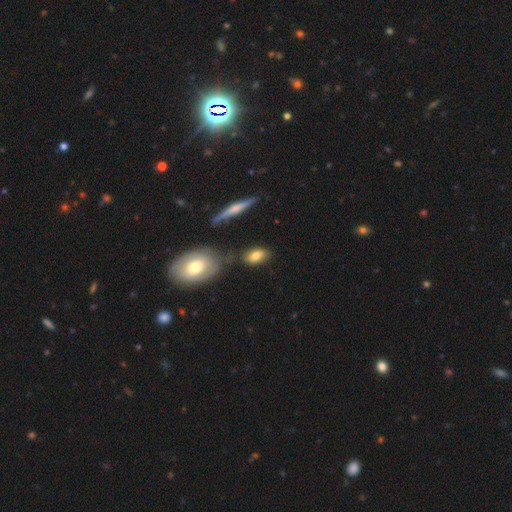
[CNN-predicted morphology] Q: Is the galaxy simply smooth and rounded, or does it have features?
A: smooth — 77%.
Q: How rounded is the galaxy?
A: in between — 85%.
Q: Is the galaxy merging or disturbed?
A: none — 73%.